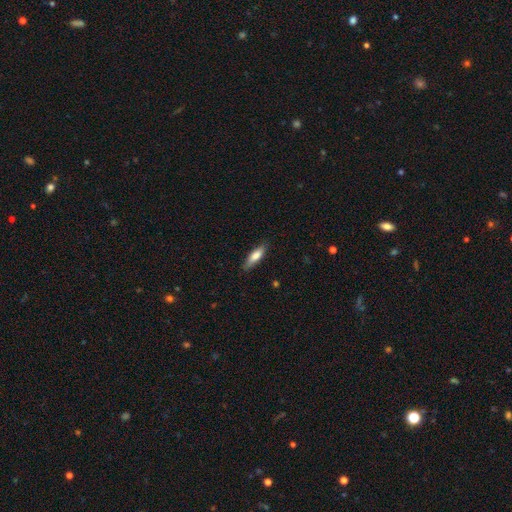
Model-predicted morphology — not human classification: smooth-or-featured: smooth: 77% | featured or disk: 17% | star or artifact: 6%
  how-rounded: cigar-shaped: 55% | in between: 43% | round: 2%
  merging: none: 83% | minor disturbance: 14% | major disturbance: 3% | merger: 1%